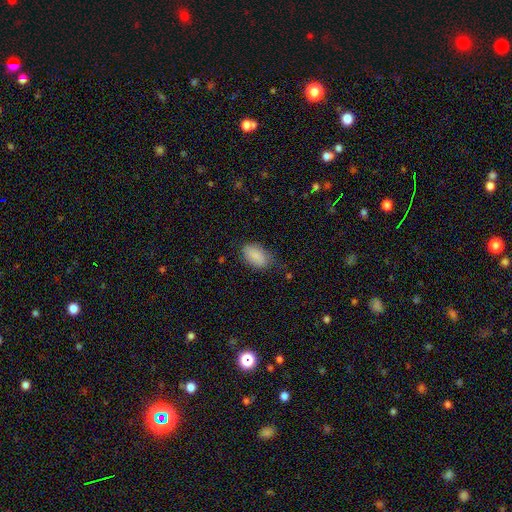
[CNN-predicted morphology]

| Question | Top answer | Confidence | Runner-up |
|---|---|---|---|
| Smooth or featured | smooth | 86% | featured or disk (7%) |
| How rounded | in between | 92% | round (7%) |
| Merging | none | 60% | minor disturbance (30%) |